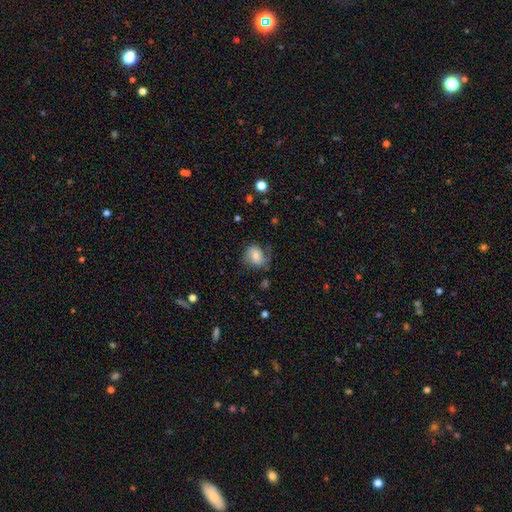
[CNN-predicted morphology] Q: Smooth or featured?
A: smooth (56%); runner-up: featured or disk (35%)
Q: How rounded?
A: round (58%); runner-up: in between (41%)
Q: Merging?
A: none (55%); runner-up: minor disturbance (27%)